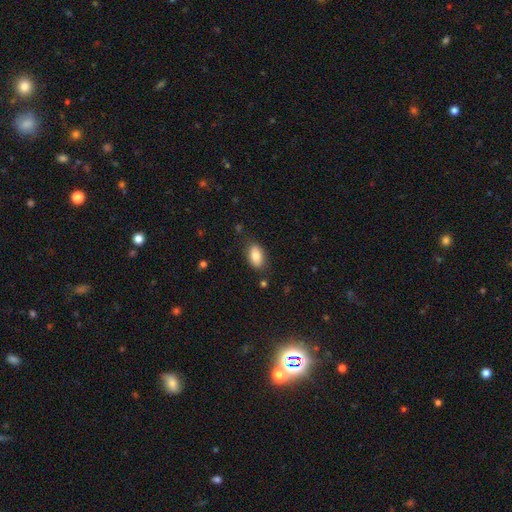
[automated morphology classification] type=smooth (83%); roundness=in between (91%); merging=none (82%).